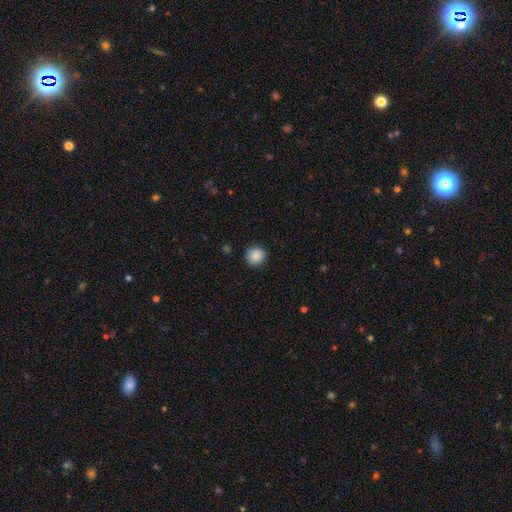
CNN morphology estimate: Smooth or featured? Predicted: smooth (p=0.86). How rounded? Predicted: round (p=0.92). Merging? Predicted: none (p=0.90).